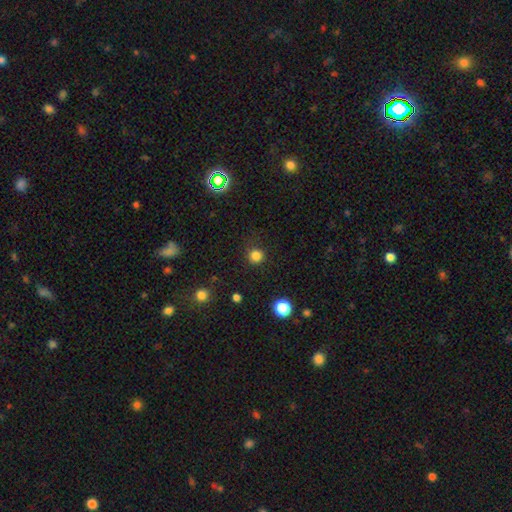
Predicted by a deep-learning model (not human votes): Morphology: type=smooth (82%); roundness=round (94%); merging=none (87%).